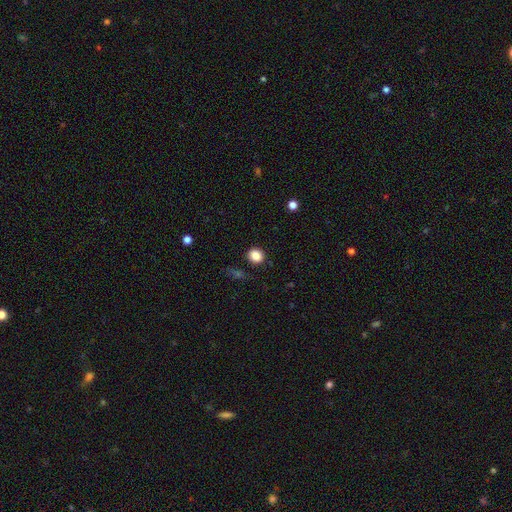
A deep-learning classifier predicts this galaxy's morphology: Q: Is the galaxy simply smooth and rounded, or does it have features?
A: smooth — 86%.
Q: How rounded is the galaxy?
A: round — 81%.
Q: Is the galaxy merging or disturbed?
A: none — 88%.